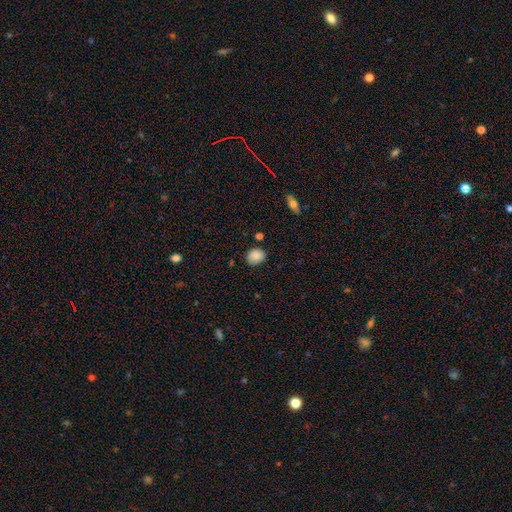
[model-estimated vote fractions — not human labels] smooth-or-featured: smooth: 87% | star or artifact: 9% | featured or disk: 5%
  how-rounded: round: 67% | in between: 32% | cigar-shaped: 1%
  merging: none: 80% | minor disturbance: 15% | major disturbance: 3% | merger: 2%